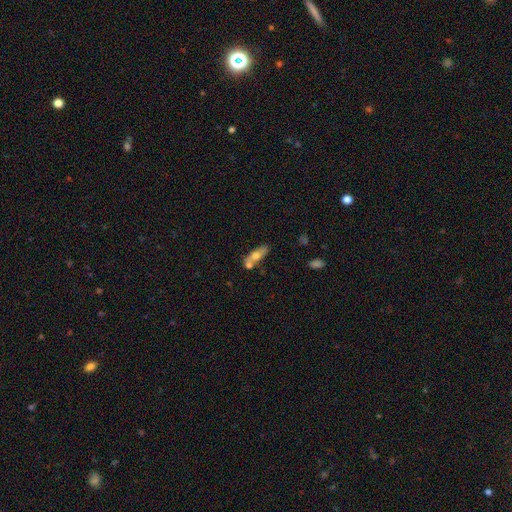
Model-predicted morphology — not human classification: A smooth galaxy with no disk features (58%) that is in between round and cigar-shaped (59%). Merging: none (48%).